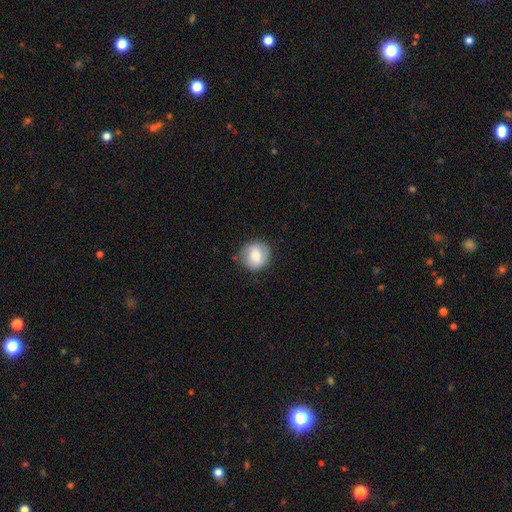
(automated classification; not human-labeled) Smooth or featured: smooth — 71% (featured or disk — 22%)
How rounded: round — 90% (in between — 9%)
Merging: none — 81% (minor disturbance — 14%)